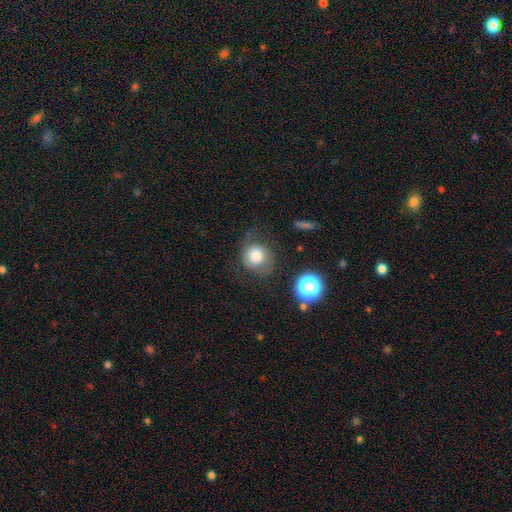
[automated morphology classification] This is likely a smooth galaxy (75%). How rounded: clearly round (85%). Merging: possibly none (60%).